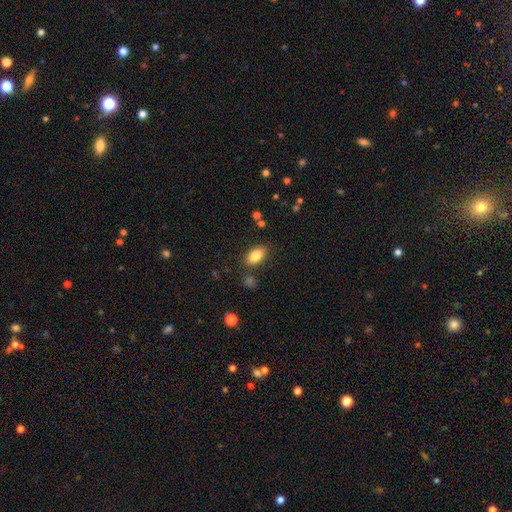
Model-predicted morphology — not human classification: Smooth or featured? smooth (82%)
How rounded? in between (91%)
Merging? none (81%)